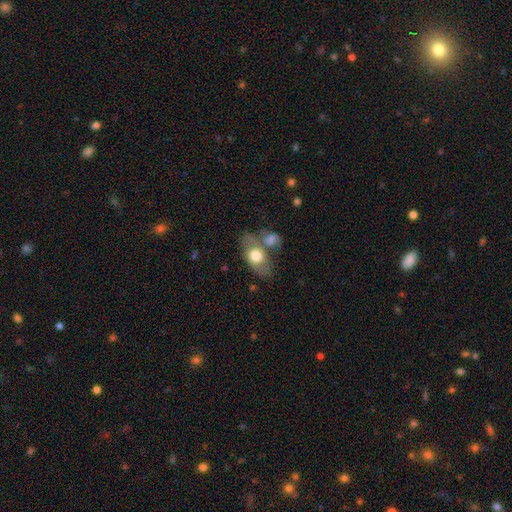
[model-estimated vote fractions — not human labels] smooth_or_featured: smooth (p=0.60) [alt: featured or disk p=0.34]
how_rounded: in between (p=0.83) [alt: round p=0.13]
merging: none (p=0.47) [alt: merger p=0.30]